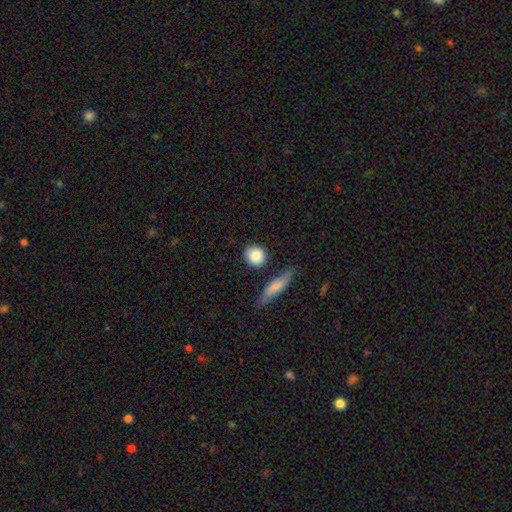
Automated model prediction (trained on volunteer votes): smooth-or-featured: smooth: 85% | featured or disk: 8% | star or artifact: 7%
  how-rounded: round: 79% | in between: 17% | cigar-shaped: 4%
  merging: none: 78% | minor disturbance: 12% | merger: 6% | major disturbance: 4%